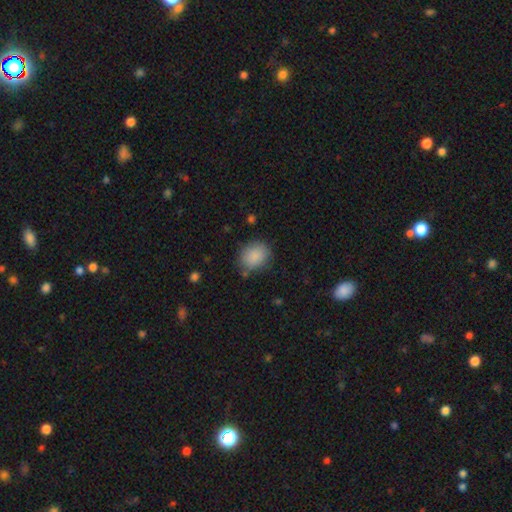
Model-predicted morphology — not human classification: Smooth or featured? smooth (87%)
How rounded? round (50%)
Merging? none (76%)